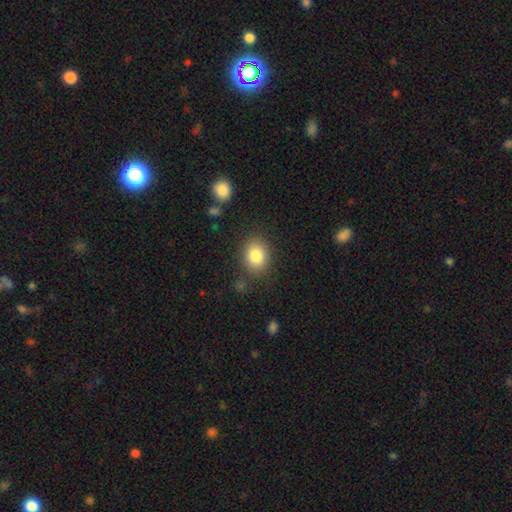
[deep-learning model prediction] Smooth or featured: smooth — 83% (star or artifact — 9%)
How rounded: in between — 52% (round — 47%)
Merging: none — 81% (minor disturbance — 12%)